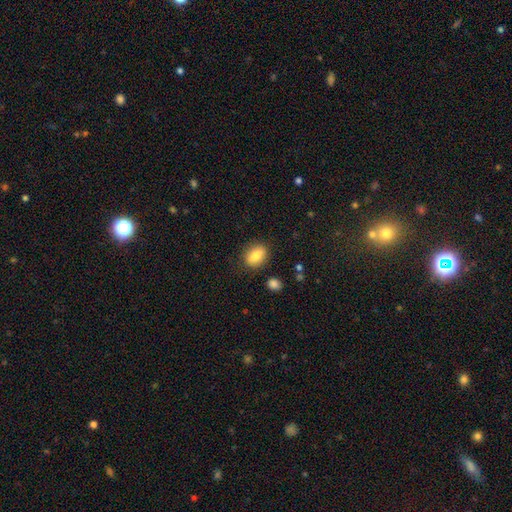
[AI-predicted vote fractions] smooth_or_featured: smooth (p=0.82) [alt: featured or disk p=0.10]
how_rounded: in between (p=0.69) [alt: round p=0.30]
merging: none (p=0.84) [alt: minor disturbance p=0.11]